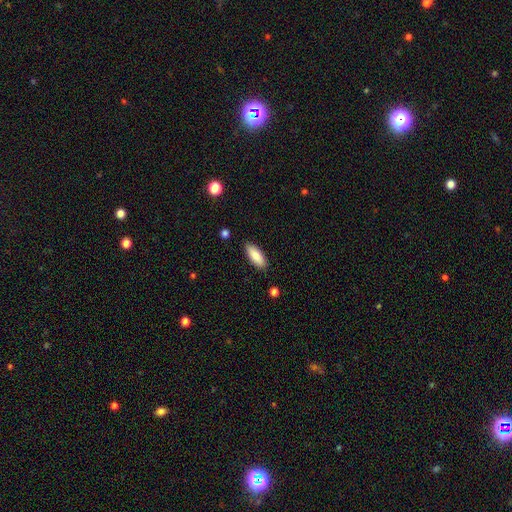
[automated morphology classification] The model was most divided on "how rounded": in between: 76%, cigar-shaped: 22%, round: 2%. More confident: merging — none (88%); smooth or featured — smooth (85%).